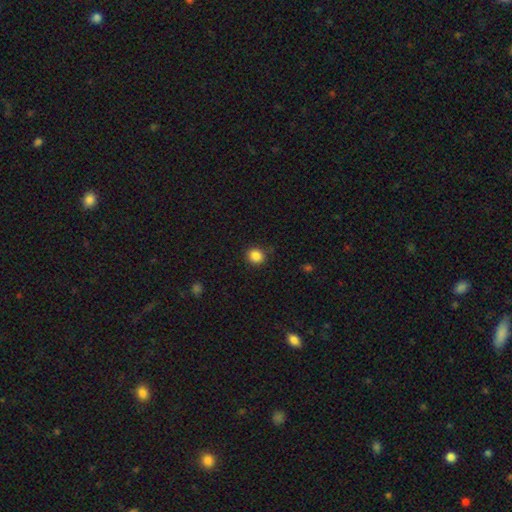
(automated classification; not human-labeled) Smooth or featured: smooth — 86% (star or artifact — 11%)
How rounded: round — 86% (in between — 13%)
Merging: none — 87% (minor disturbance — 9%)